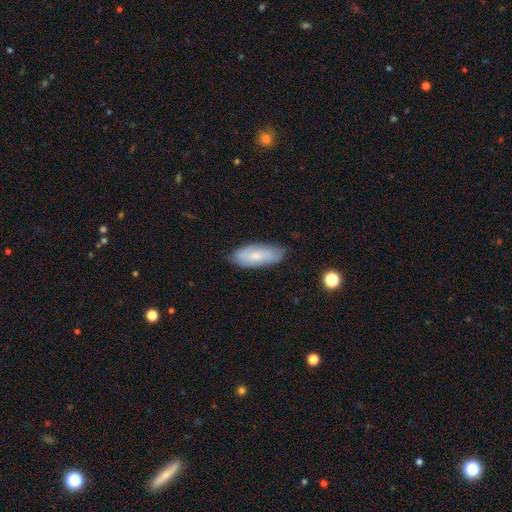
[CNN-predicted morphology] This appears to be a smooth galaxy with no disk features (64%) that is in between round and cigar-shaped (80%). Merging: none (74%).